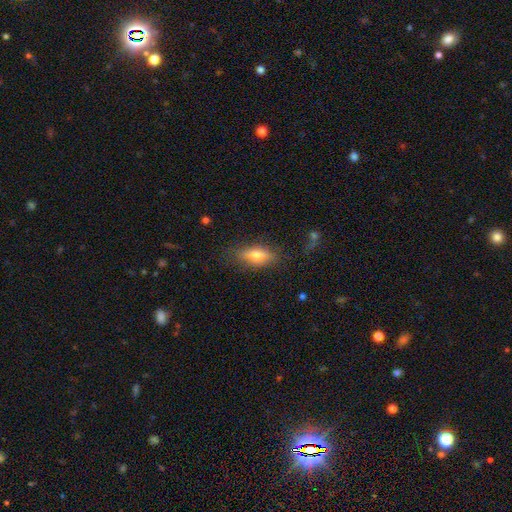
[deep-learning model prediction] This is possibly a smooth galaxy (59%). How rounded: likely in between (64%). Merging: likely none (77%).